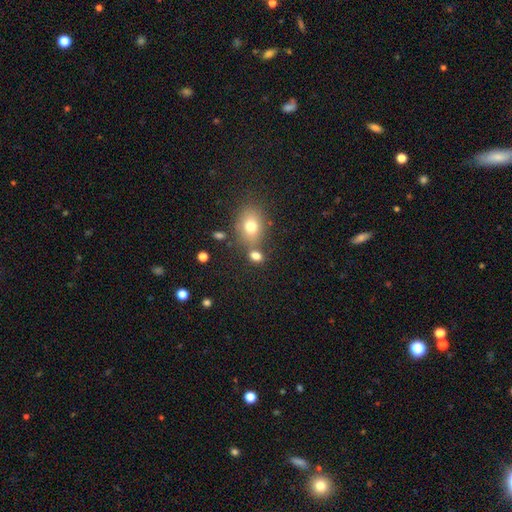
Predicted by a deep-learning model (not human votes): A smooth galaxy with no disk features (77%) that is in between round and cigar-shaped (58%).

Vote fractions:
- Smooth or featured? smooth: 77% / star or artifact: 14% / featured or disk: 9%
- How rounded? in between: 58% / round: 40% / cigar-shaped: 2%
- Merging? none: 61% / merger: 22% / minor disturbance: 12% / major disturbance: 5%